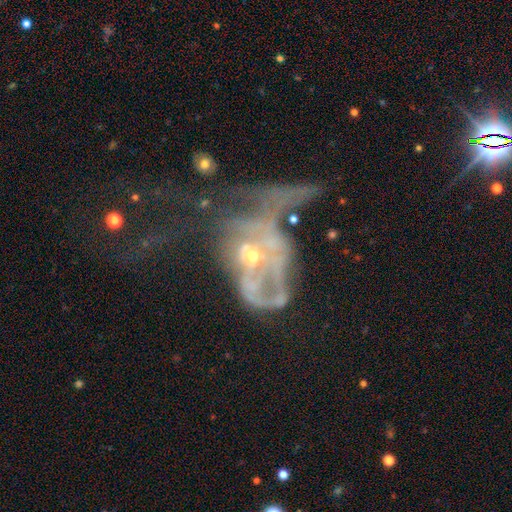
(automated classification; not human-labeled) Smooth or featured? featured or disk (70%)
Edge-on disk? no (95%)
Bar? no (80%)
Spiral arms? no (57%)
Bulge size? small (47%)
Merging? major disturbance (44%)